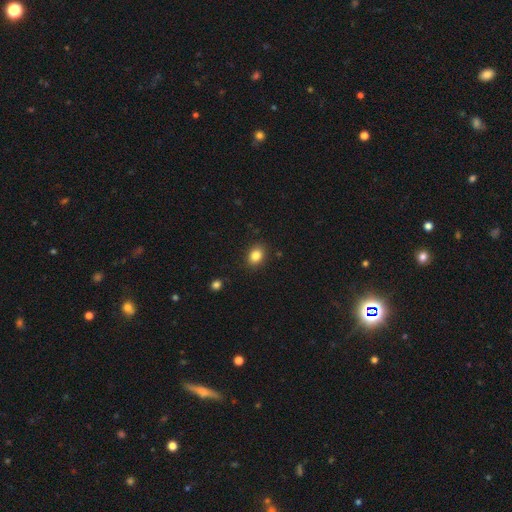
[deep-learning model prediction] This is clearly a smooth galaxy (84%). How rounded: likely in between (64%). Merging: clearly none (88%).